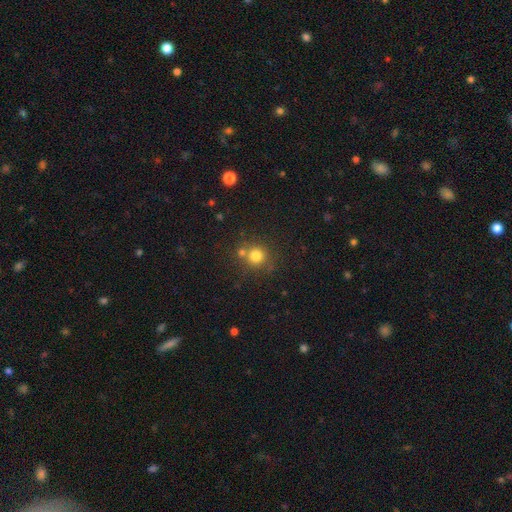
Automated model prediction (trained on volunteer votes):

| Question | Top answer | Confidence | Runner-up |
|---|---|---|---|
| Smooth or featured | smooth | 78% | star or artifact (14%) |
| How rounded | round | 92% | in between (7%) |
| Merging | none | 67% | merger (21%) |